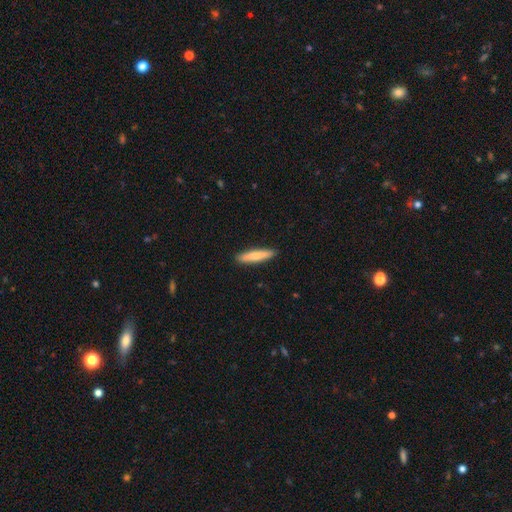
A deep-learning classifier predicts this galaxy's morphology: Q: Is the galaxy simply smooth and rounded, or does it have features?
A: smooth — 72%.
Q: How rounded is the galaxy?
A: cigar-shaped — 88%.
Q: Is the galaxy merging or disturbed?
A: none — 90%.